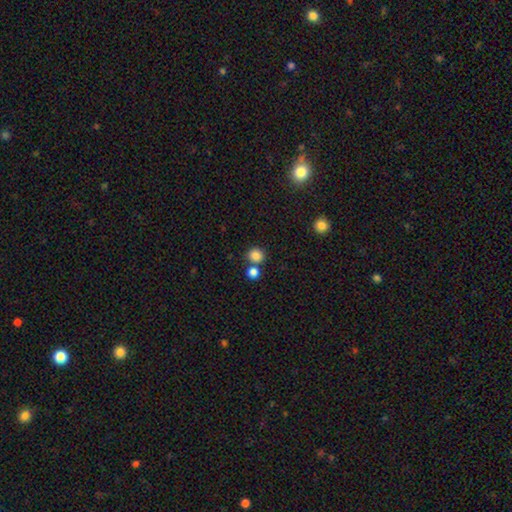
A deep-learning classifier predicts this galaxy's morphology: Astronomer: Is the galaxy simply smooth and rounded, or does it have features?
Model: smooth — 84%.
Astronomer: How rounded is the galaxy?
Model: round — 85%.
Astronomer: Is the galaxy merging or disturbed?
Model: none — 68%.